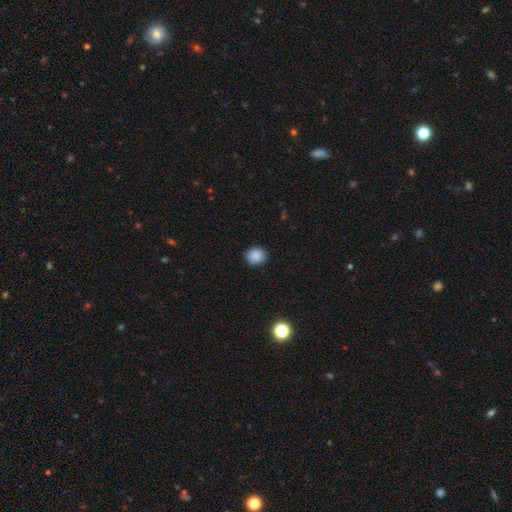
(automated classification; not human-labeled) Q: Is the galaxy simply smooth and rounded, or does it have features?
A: smooth — 88%.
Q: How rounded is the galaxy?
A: round — 76%.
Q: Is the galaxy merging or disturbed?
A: none — 90%.